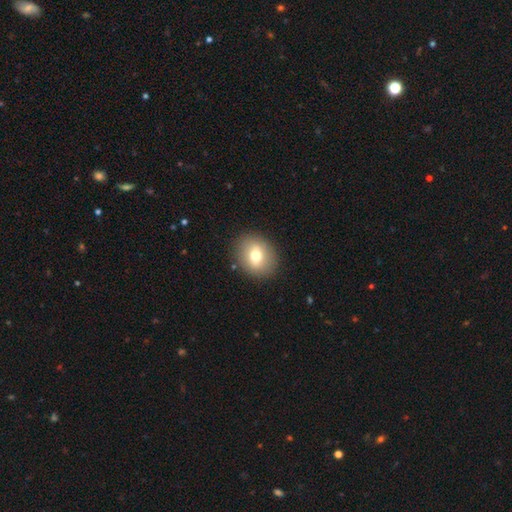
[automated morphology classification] smooth 67%, featured or disk 23%, star or artifact 9%. Down the decision tree: how rounded — round (62%); merging — none (88%).